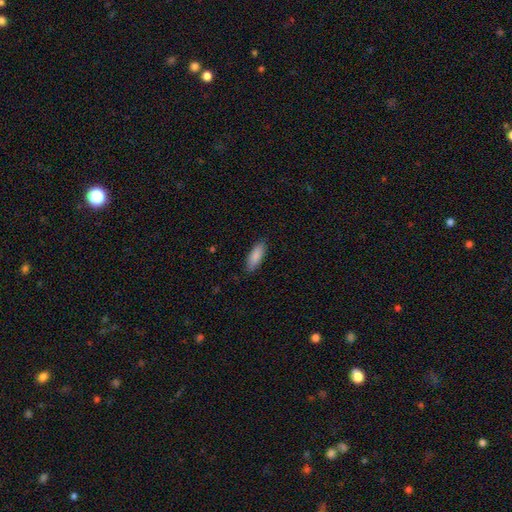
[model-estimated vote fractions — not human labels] smooth-or-featured: smooth: 88% | featured or disk: 7% | star or artifact: 6%
  how-rounded: in between: 67% | cigar-shaped: 32% | round: 2%
  merging: none: 87% | minor disturbance: 10% | major disturbance: 2% | merger: 1%